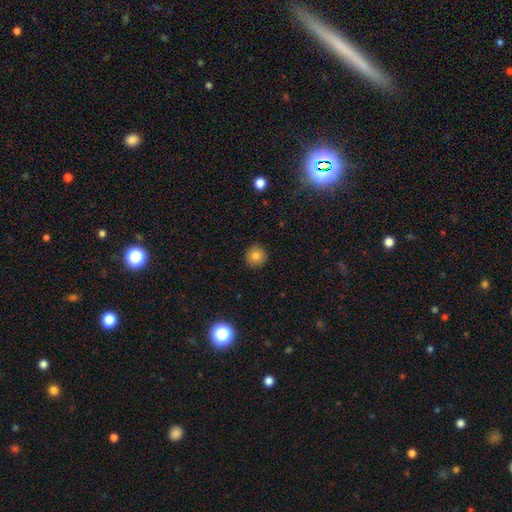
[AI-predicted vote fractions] Morphology: type=smooth (81%); roundness=round (94%); merging=none (91%).